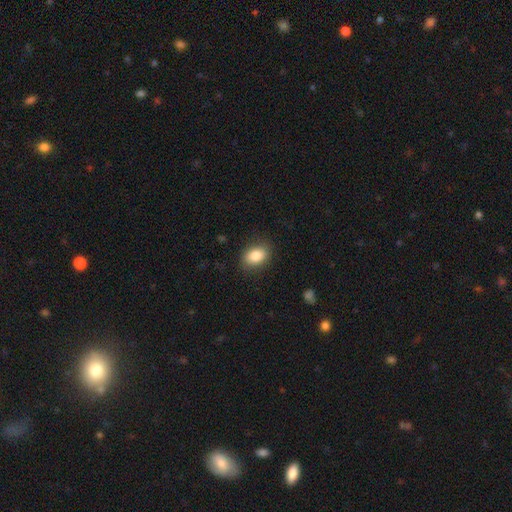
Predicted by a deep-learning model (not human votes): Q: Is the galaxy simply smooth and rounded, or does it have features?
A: smooth — 84%.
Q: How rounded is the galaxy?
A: in between — 75%.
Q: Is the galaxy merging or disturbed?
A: none — 85%.